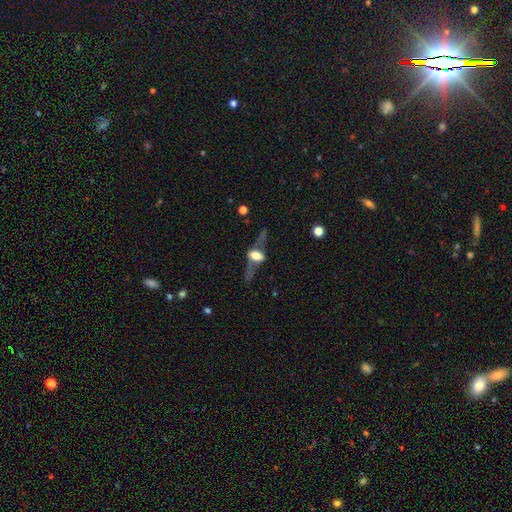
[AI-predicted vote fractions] featured or disk 68%, smooth 22%, star or artifact 9%. Down the decision tree: edge-on disk — yes (73%); merging — none (58%).